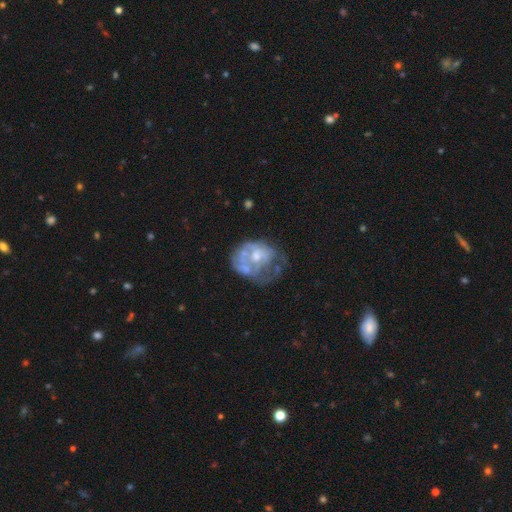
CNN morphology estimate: A featured or disk galaxy (64%) with no bar (84%), no spiral arms (75%) and a moderate central bulge (48%).

Vote fractions:
- Smooth or featured? featured or disk: 64% / smooth: 28% / star or artifact: 9%
- Edge-on disk? no: 98% / yes: 2%
- Bar? no: 84% / weak: 14% / strong: 2%
- Spiral arms? no: 75% / yes: 25%
- Bulge size? moderate: 48% / small: 31% / none: 15% / large: 5% / dominant: 1%
- Merging? major disturbance: 33% / none: 30% / minor disturbance: 24% / merger: 12%